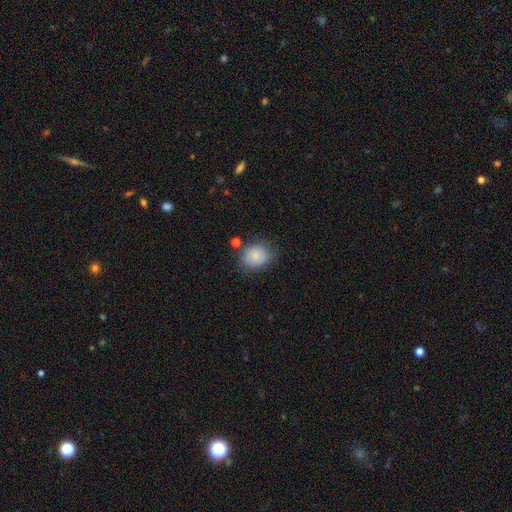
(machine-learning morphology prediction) The model was most divided on "how rounded": round: 58%, in between: 41%, cigar-shaped: 1%. More confident: smooth or featured — smooth (82%); merging — none (71%).